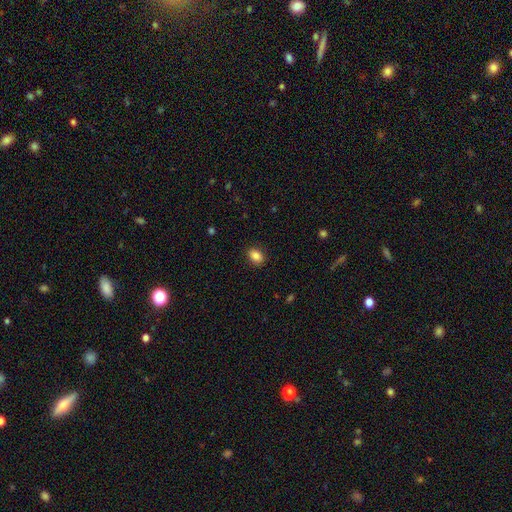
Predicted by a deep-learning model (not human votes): This appears to be a smooth galaxy with no disk features (87%) that is in between round and cigar-shaped (78%). Merging: none (89%).